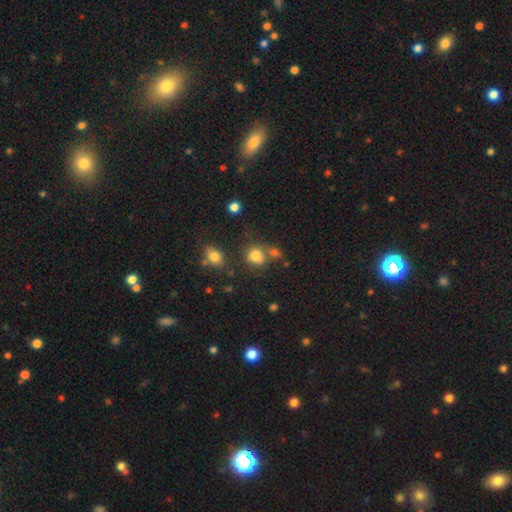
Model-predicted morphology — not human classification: smooth-or-featured: smooth: 79% | star or artifact: 14% | featured or disk: 8%
  how-rounded: round: 65% | in between: 34% | cigar-shaped: 1%
  merging: none: 57% | merger: 23% | minor disturbance: 15% | major disturbance: 6%